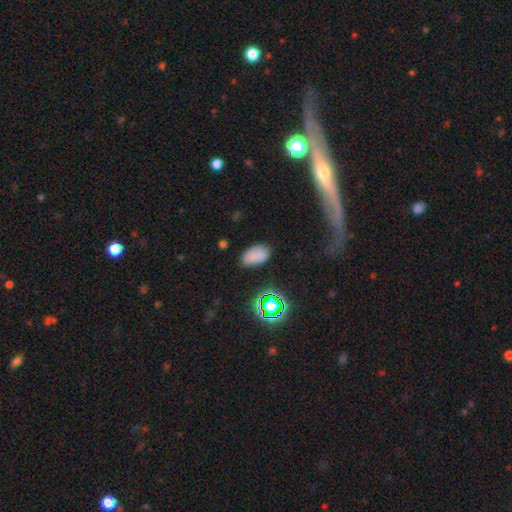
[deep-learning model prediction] Morphology: type=smooth (77%); roundness=in between (93%); merging=none (74%).